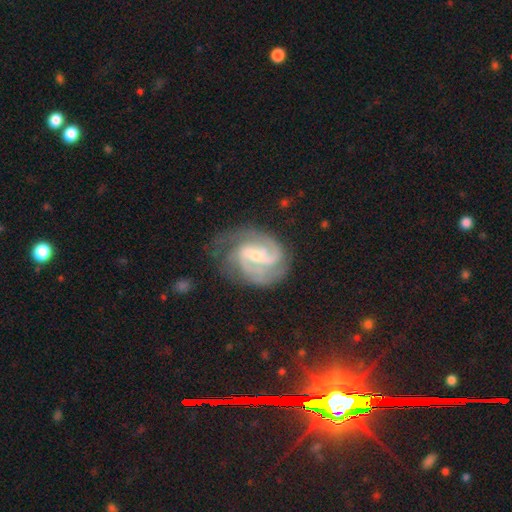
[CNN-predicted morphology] This appears to be a featured or disk galaxy (90%) with a weak bar (50%), 2 (50%) medium (46%) spiral arms (98%) and a small central bulge (58%). Merging: none (65%).